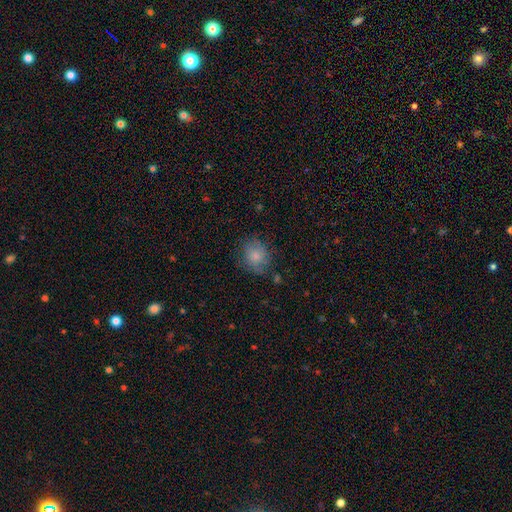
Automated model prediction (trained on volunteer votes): The model was most divided on "how rounded": round: 72%, in between: 27%, cigar-shaped: 1%. More confident: smooth or featured — smooth (80%); merging — none (72%).